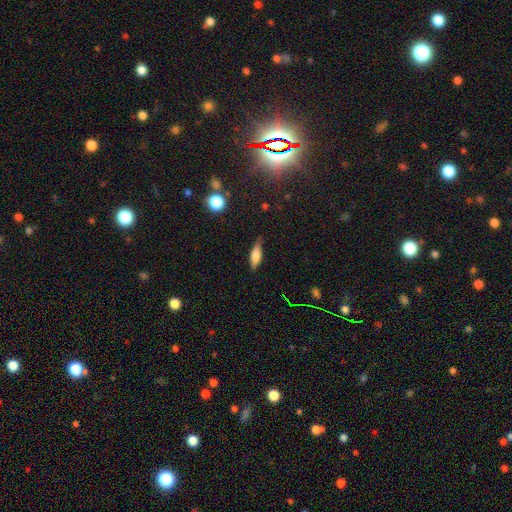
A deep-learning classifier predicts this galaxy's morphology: Smooth or featured? smooth (69%)
How rounded? in between (50%)
Merging? none (72%)